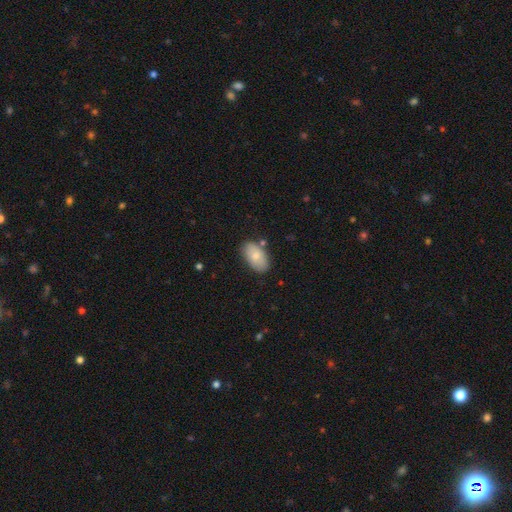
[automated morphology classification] Smooth or featured?
  - smooth: 77% *
  - featured or disk: 17%
  - star or artifact: 6%
How rounded?
  - in between: 94% *
  - round: 4%
  - cigar-shaped: 2%
Merging?
  - none: 78% *
  - minor disturbance: 15%
  - merger: 4%
  - major disturbance: 3%